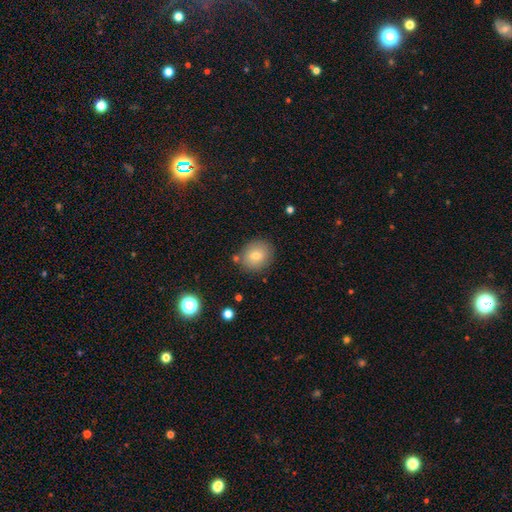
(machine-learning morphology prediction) A smooth galaxy with no disk features (76%) that is round (66%). Merging: none (81%).